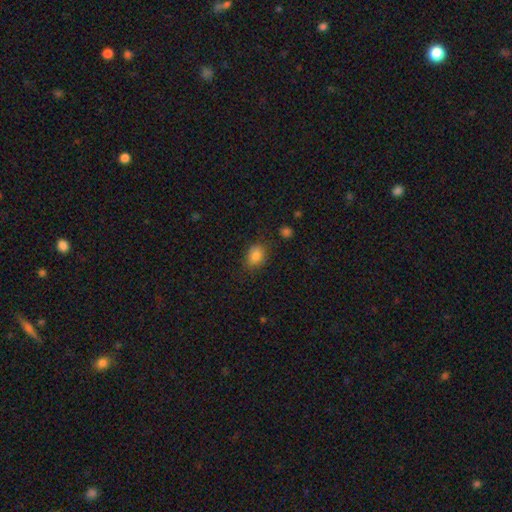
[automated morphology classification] Q: Smooth or featured?
A: smooth (84%); runner-up: star or artifact (10%)
Q: How rounded?
A: in between (64%); runner-up: round (35%)
Q: Merging?
A: none (76%); runner-up: minor disturbance (17%)